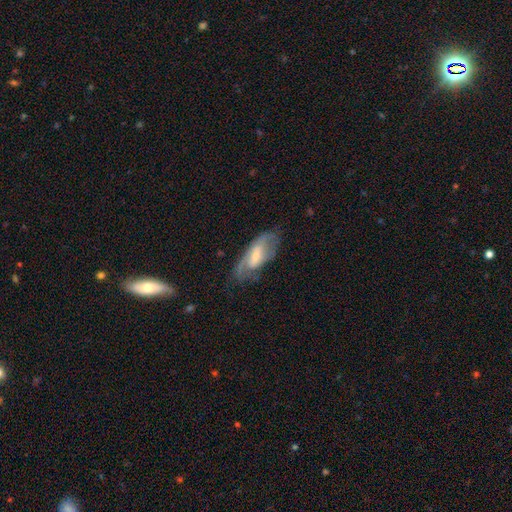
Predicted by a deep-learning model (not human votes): featured or disk 65%, smooth 28%, star or artifact 6%. Down the decision tree: edge-on disk — no (89%); bar — weak (46%); spiral arms — yes (79%); bulge size — moderate (41%, tied with small); merging — none (55%).